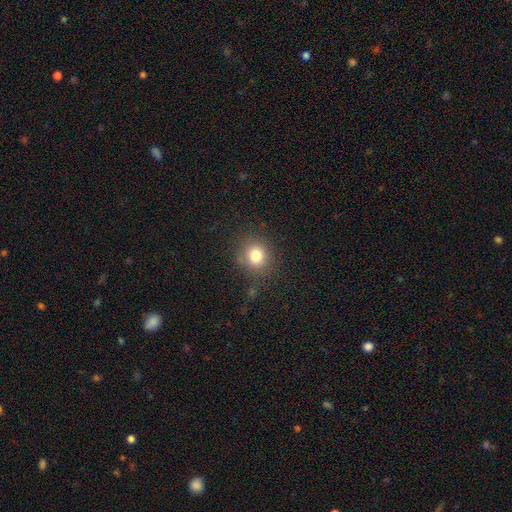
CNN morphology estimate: The model was most divided on "how rounded": round: 81%, in between: 18%, cigar-shaped: 1%. More confident: merging — none (82%); smooth or featured — smooth (79%).